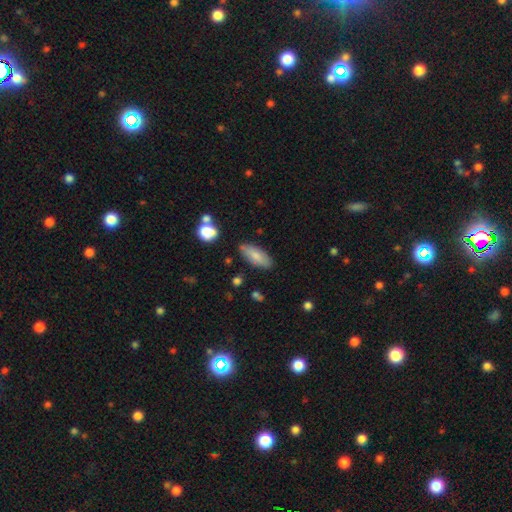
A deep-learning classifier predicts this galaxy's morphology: Overall: smooth (76%). How rounded: in between (81%). Merging: none (79%).